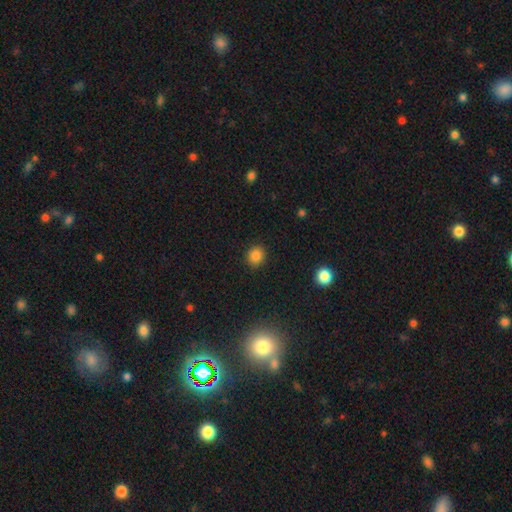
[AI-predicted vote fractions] The model was most divided on "how rounded": round: 81%, in between: 18%, cigar-shaped: 1%. More confident: merging — none (90%); smooth or featured — smooth (84%).